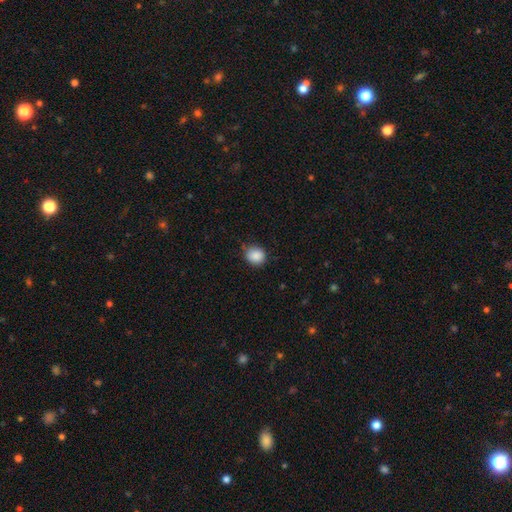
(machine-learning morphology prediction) Smooth or featured: smooth — 88% (star or artifact — 8%)
How rounded: round — 76% (in between — 23%)
Merging: none — 76% (minor disturbance — 19%)